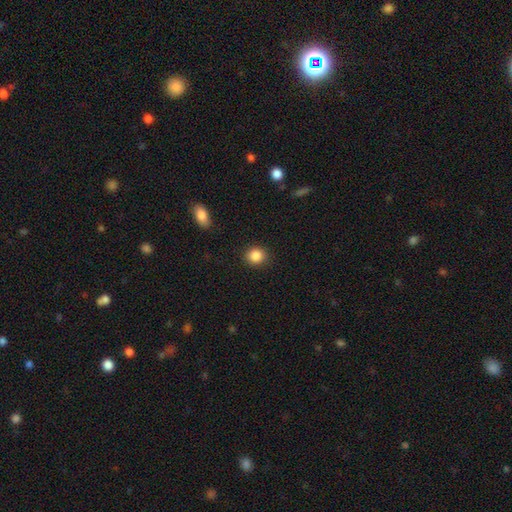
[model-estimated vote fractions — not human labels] smooth-or-featured: smooth: 87% | star or artifact: 9% | featured or disk: 4%
  how-rounded: round: 82% | in between: 17% | cigar-shaped: 1%
  merging: none: 90% | minor disturbance: 7% | major disturbance: 2% | merger: 1%